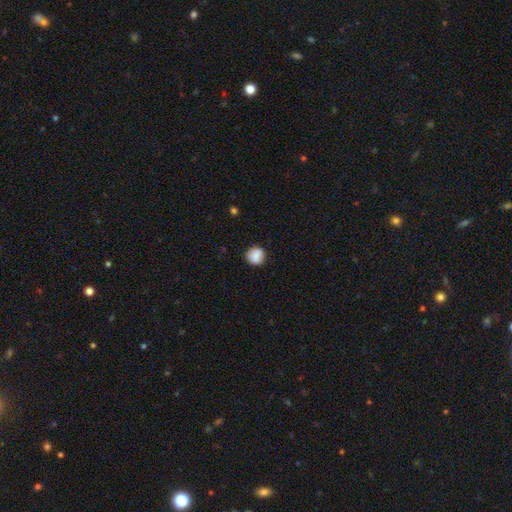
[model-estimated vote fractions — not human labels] Smooth or featured: smooth — 83% (star or artifact — 8%)
How rounded: round — 86% (in between — 13%)
Merging: none — 83% (minor disturbance — 12%)